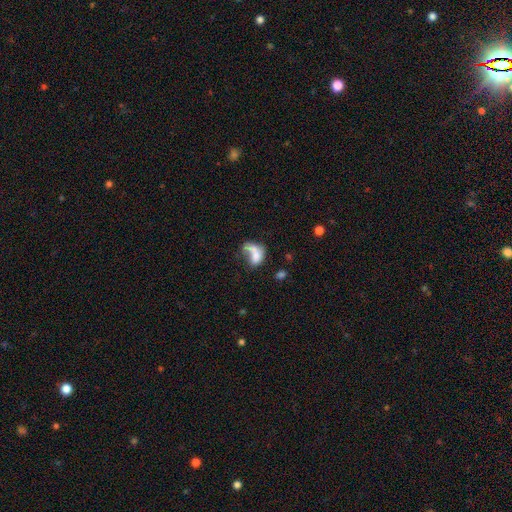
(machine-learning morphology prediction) smooth 62%, featured or disk 29%, star or artifact 10%. Down the decision tree: how rounded — in between (80%); merging — merger (47%).